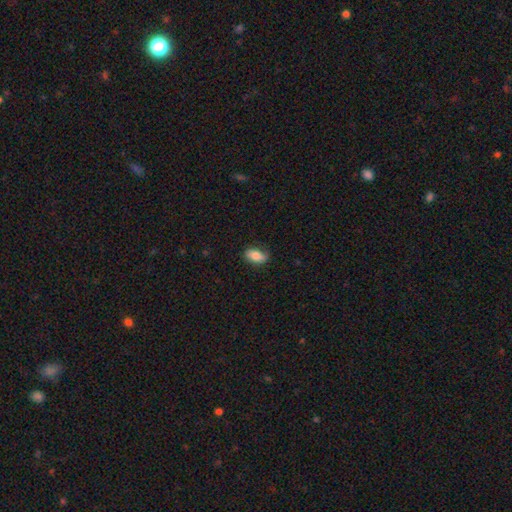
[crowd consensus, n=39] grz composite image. It shows a smooth galaxy with no disk features (79%) that is in between round and cigar-shaped (97%). Merging: none (89%).